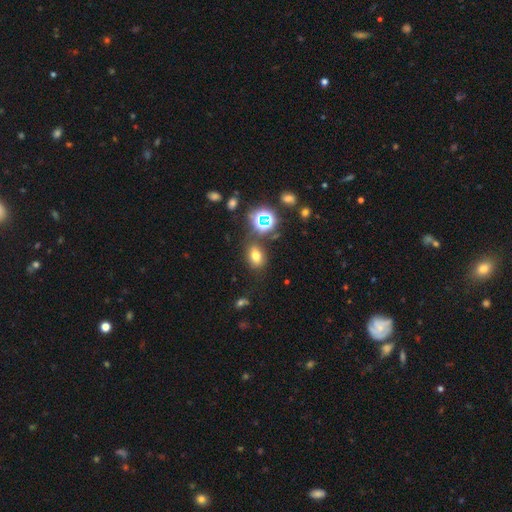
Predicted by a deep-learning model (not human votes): Smooth or featured? smooth (65%)
How rounded? in between (67%)
Merging? none (78%)